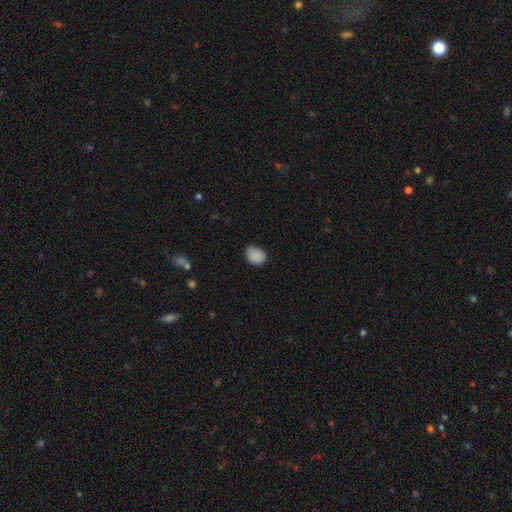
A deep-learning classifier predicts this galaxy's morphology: This appears to be a smooth galaxy with no disk features (88%) that is in between round and cigar-shaped (55%). Merging: none (72%).